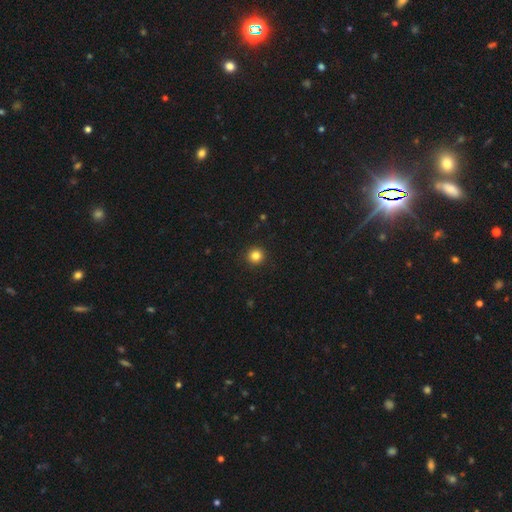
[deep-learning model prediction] smooth 83%, star or artifact 13%, featured or disk 4%. Down the decision tree: how rounded — round (95%); merging — none (93%).